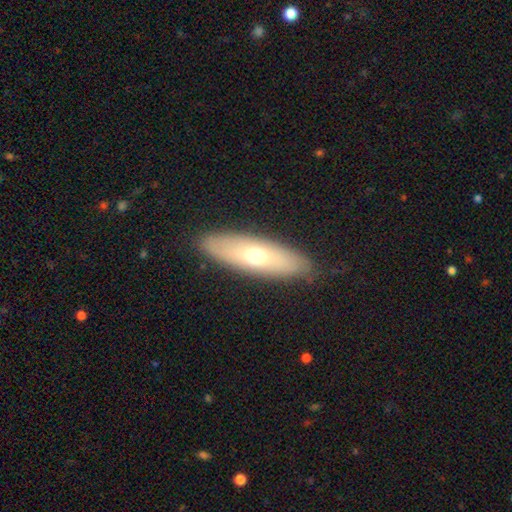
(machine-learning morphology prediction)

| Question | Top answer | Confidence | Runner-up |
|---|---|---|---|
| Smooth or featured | smooth | 59% | featured or disk (35%) |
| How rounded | in between | 51% | cigar-shaped (46%) |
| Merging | none | 85% | minor disturbance (11%) |